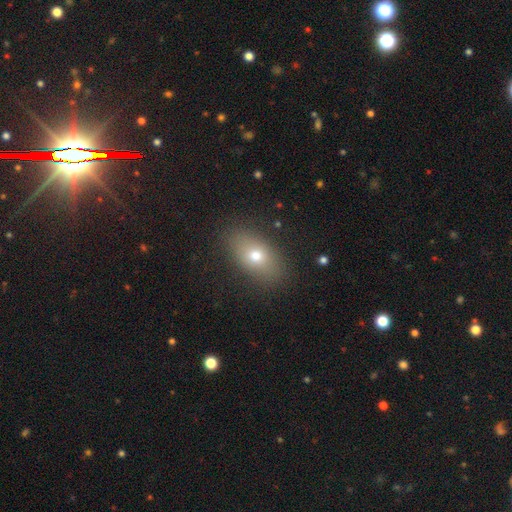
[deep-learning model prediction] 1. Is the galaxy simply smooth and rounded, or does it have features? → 72% smooth, 17% featured or disk, 11% star or artifact.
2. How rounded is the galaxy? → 85% in between, 11% round, 4% cigar-shaped.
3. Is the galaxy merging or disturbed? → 84% none, 11% minor disturbance, 4% major disturbance, 1% merger.